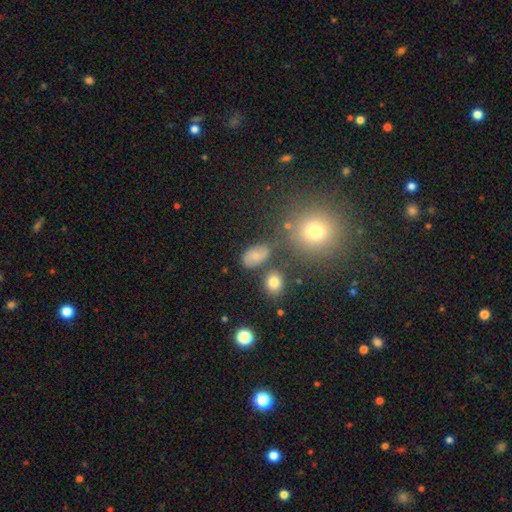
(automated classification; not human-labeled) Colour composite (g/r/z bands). It shows a smooth galaxy with no disk features (68%) that is in between round and cigar-shaped (80%). Merging: none (69%).